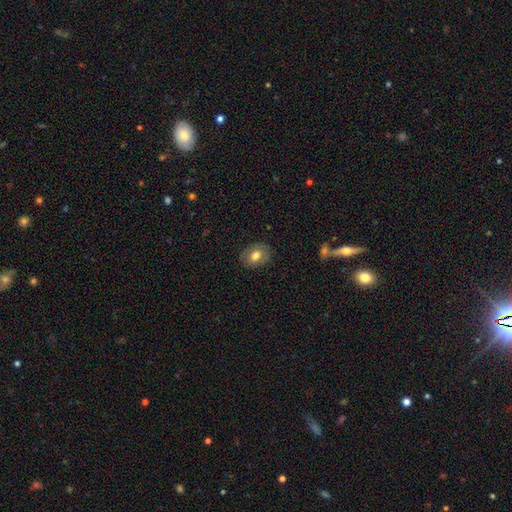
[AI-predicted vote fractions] Smooth or featured? smooth (74%)
How rounded? in between (69%)
Merging? none (85%)